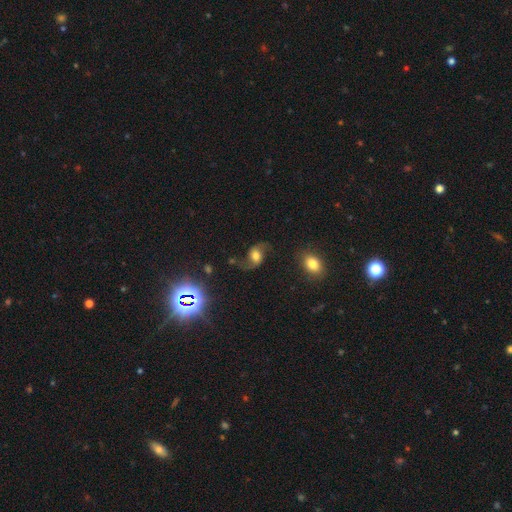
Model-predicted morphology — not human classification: Smooth or featured? Predicted: featured or disk (p=0.69). Edge-on disk? Predicted: no (p=0.96). Bar? Predicted: no (p=0.52). Spiral arms? Predicted: yes (p=0.92). Spiral winding? Predicted: loose (p=0.80). Spiral arm count? Predicted: 2 (p=0.92). Bulge size? Predicted: moderate (p=0.52). Merging? Predicted: none (p=0.70).